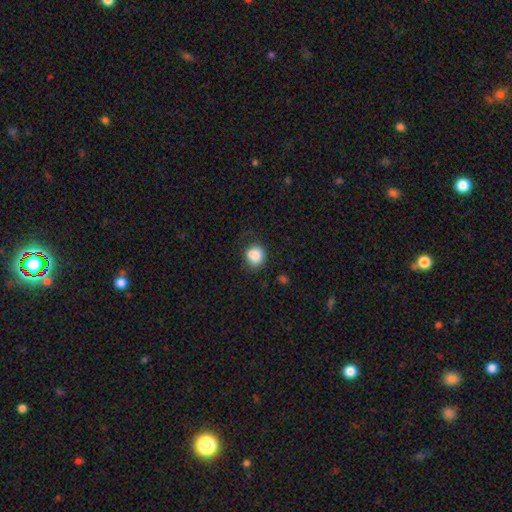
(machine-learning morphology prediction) This is clearly a smooth galaxy (85%). How rounded: likely round (76%). Merging: likely none (64%).